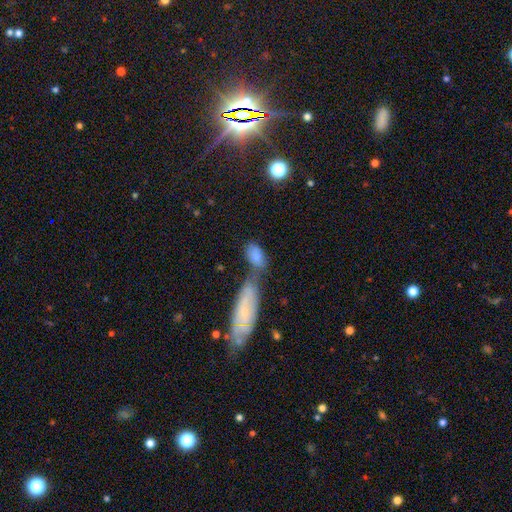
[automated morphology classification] Smooth or featured?
  - smooth: 77% *
  - featured or disk: 15%
  - star or artifact: 8%
How rounded?
  - in between: 86% *
  - cigar-shaped: 9%
  - round: 5%
Merging?
  - merger: 47% *
  - none: 32%
  - minor disturbance: 14%
  - major disturbance: 7%